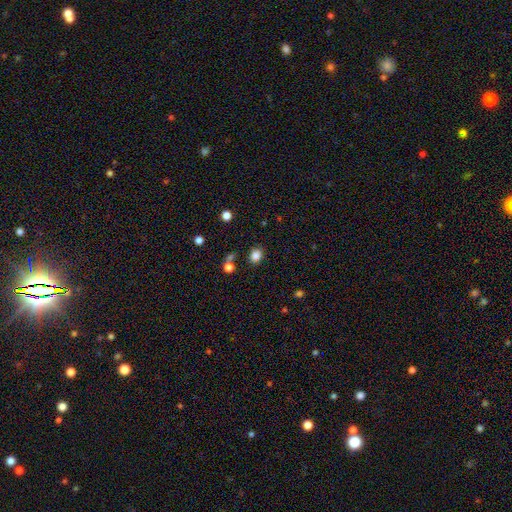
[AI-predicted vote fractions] Q: Smooth or featured?
A: smooth (83%); runner-up: star or artifact (12%)
Q: How rounded?
A: round (60%); runner-up: in between (39%)
Q: Merging?
A: none (81%); runner-up: minor disturbance (10%)